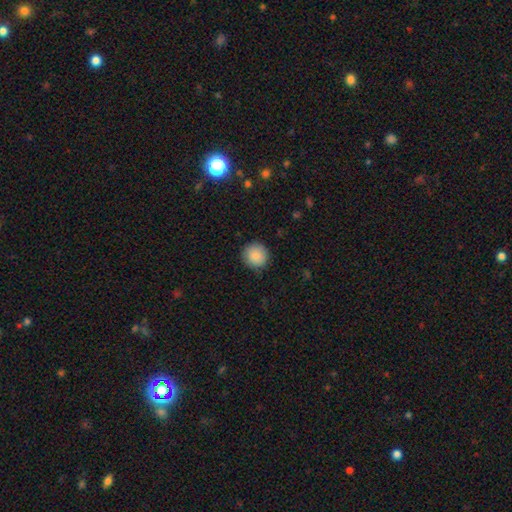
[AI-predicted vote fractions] smooth_or_featured: smooth (p=0.87) [alt: star or artifact p=0.08]
how_rounded: round (p=0.94) [alt: in between p=0.05]
merging: none (p=0.86) [alt: minor disturbance p=0.10]